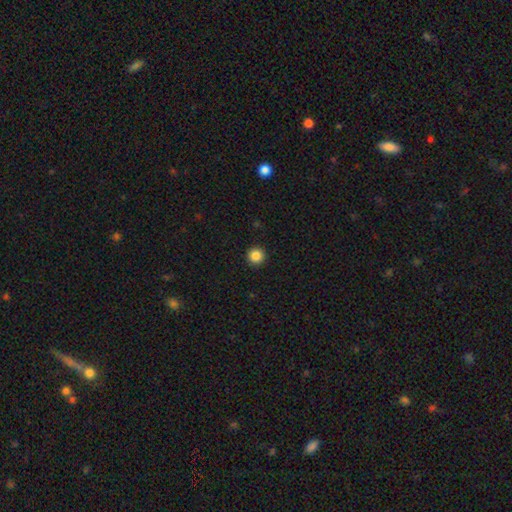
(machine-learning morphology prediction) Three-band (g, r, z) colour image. It shows a smooth galaxy with no disk features (86%) that is round (96%). Merging: none (93%).